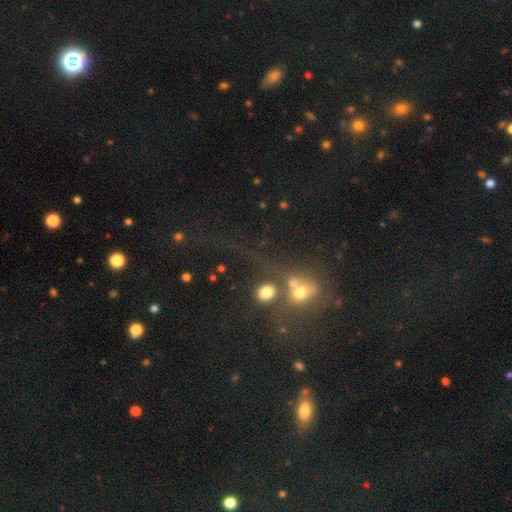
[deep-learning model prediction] Smooth or featured? Predicted: star or artifact (p=0.44).